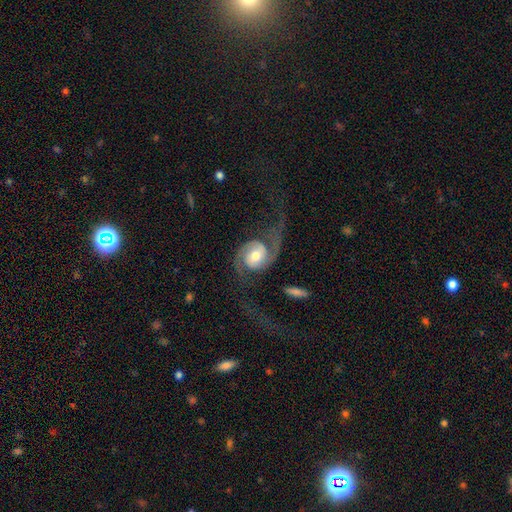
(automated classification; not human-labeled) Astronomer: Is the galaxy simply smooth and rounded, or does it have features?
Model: featured or disk — 87%.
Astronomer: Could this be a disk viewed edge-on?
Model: no — 98%.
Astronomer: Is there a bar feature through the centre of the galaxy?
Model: no — 56% (runner-up: weak, 32%).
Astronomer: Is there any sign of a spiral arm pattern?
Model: yes — 97%.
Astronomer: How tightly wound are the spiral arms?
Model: loose — 55% (runner-up: medium, 34%).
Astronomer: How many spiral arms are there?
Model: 2 — 93%.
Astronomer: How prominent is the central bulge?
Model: moderate — 70%.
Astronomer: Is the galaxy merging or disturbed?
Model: none — 56%.